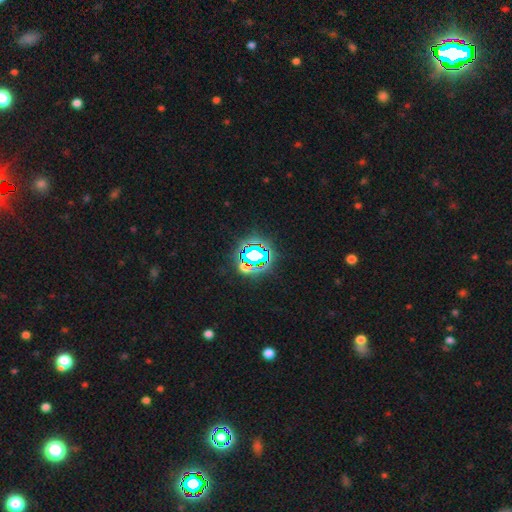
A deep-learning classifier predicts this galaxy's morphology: Smooth or featured?
  - star or artifact: 70% *
  - smooth: 18%
  - featured or disk: 12%